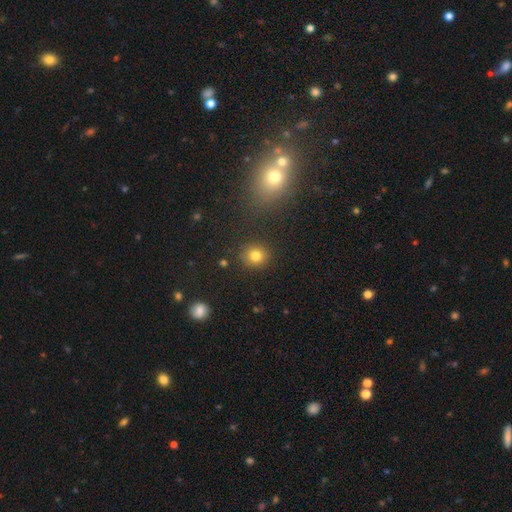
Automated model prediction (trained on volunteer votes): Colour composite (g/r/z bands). It shows a smooth galaxy with no disk features (80%) that is round (84%). Merging: none (87%).